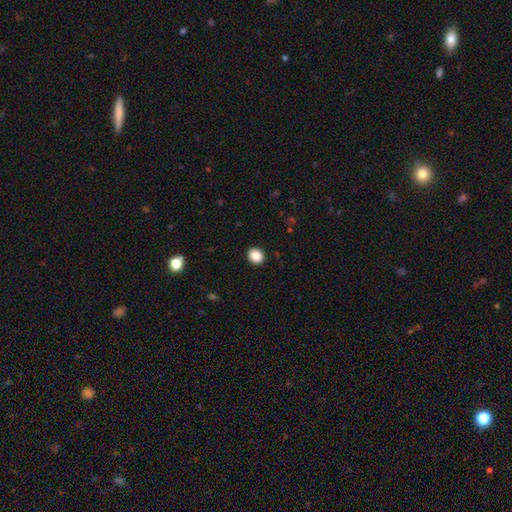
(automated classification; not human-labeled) Smooth or featured? smooth (89%)
How rounded? round (68%)
Merging? none (91%)